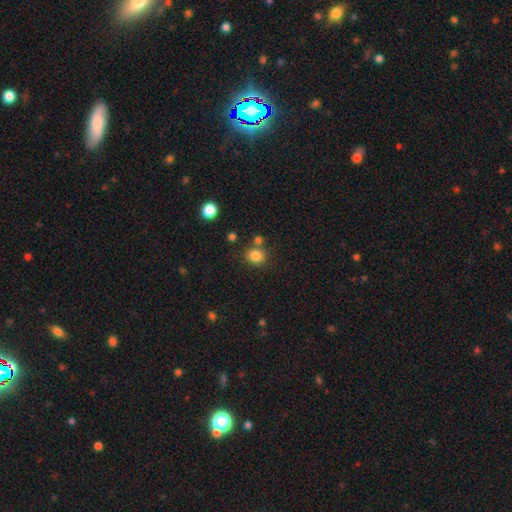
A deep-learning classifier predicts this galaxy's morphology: Smooth or featured? smooth (83%)
How rounded? round (78%)
Merging? none (74%)